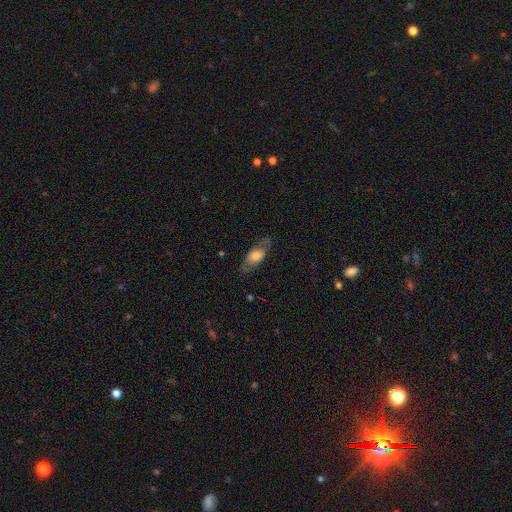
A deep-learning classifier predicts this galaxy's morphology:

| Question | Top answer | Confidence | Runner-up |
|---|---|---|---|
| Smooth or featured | smooth | 57% | featured or disk (36%) |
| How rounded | in between | 79% | cigar-shaped (16%) |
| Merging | none | 70% | minor disturbance (19%) |